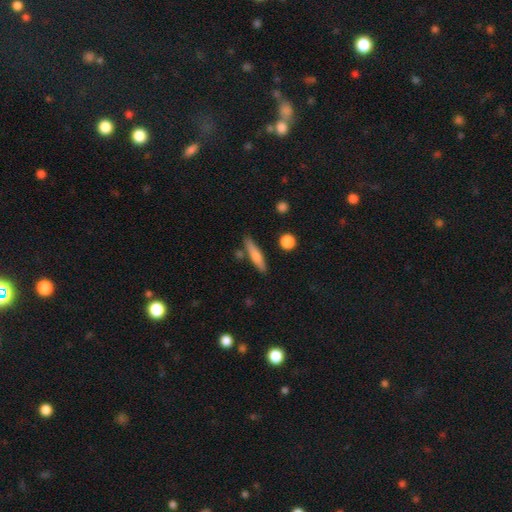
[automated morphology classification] This is likely a smooth galaxy (64%). How rounded: clearly cigar-shaped (85%). Merging: likely none (80%).